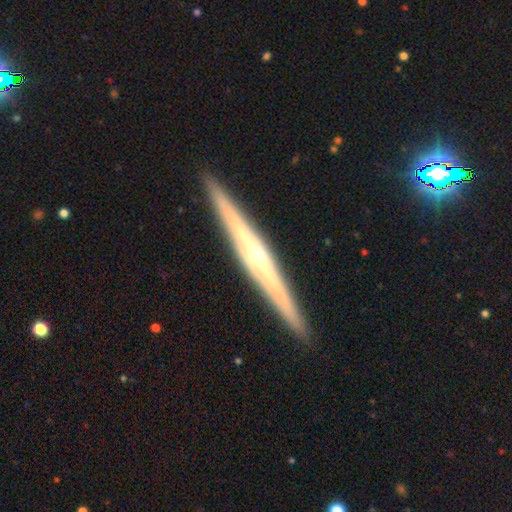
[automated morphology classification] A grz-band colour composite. It shows a featured or disk galaxy (81%) viewed edge-on (98%) with a rounded central bulge (76%). Merging: none (92%).